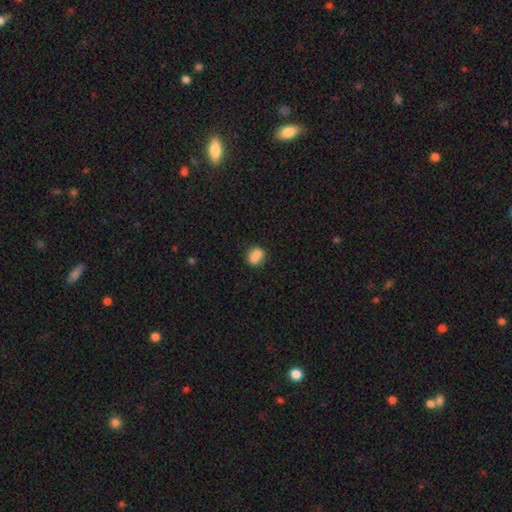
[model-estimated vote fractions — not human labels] This appears to be a smooth galaxy with no disk features (76%) that is round (71%). Merging: none (44%).